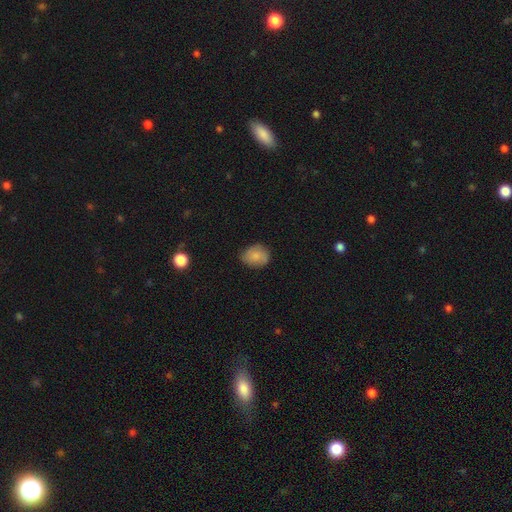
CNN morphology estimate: Q: Smooth or featured?
A: smooth (77%); runner-up: featured or disk (15%)
Q: How rounded?
A: in between (51%); runner-up: round (48%)
Q: Merging?
A: none (73%); runner-up: minor disturbance (21%)